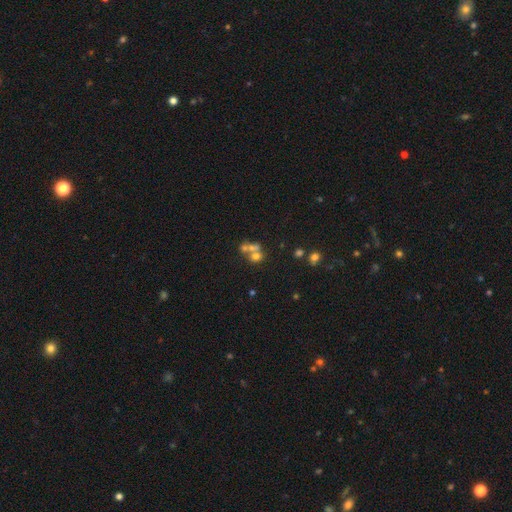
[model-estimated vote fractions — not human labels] Morphology: type=smooth (54%); roundness=round (67%); merging=merger (56%).